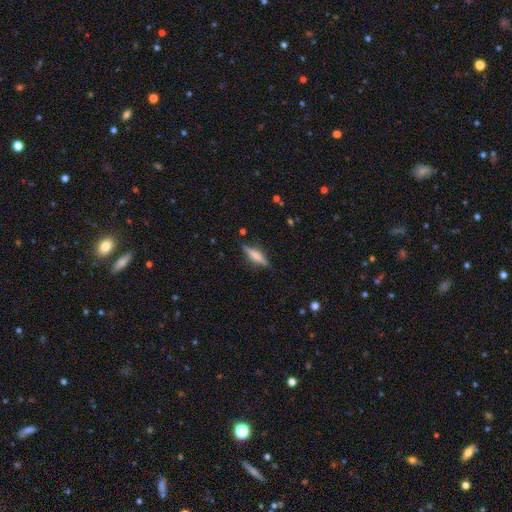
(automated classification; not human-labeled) Smooth or featured: featured or disk — 50% (smooth — 43%)
Merging: none — 84% (minor disturbance — 12%)